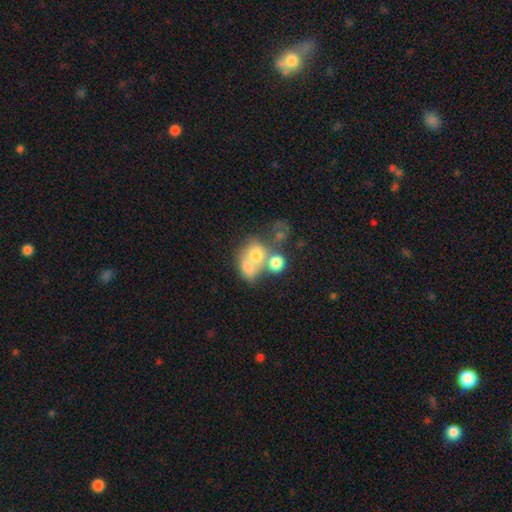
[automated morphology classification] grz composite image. It shows a smooth galaxy with no disk features (60%) that is round (60%). Merging: merger (58%).